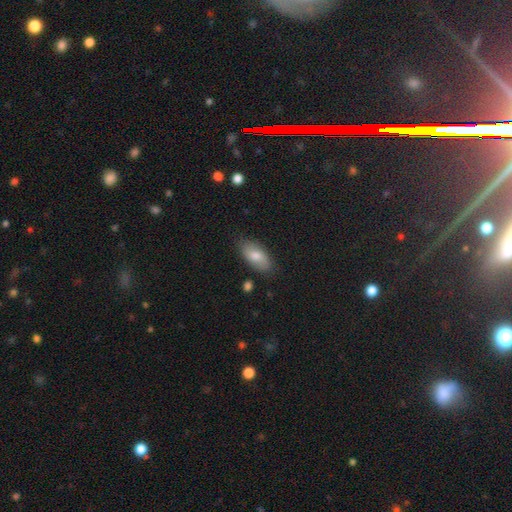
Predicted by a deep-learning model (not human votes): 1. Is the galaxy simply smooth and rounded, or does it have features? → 78% smooth, 16% featured or disk, 6% star or artifact.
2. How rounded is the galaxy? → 92% in between, 5% cigar-shaped, 3% round.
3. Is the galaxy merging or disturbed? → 80% none, 15% minor disturbance, 3% major disturbance, 2% merger.